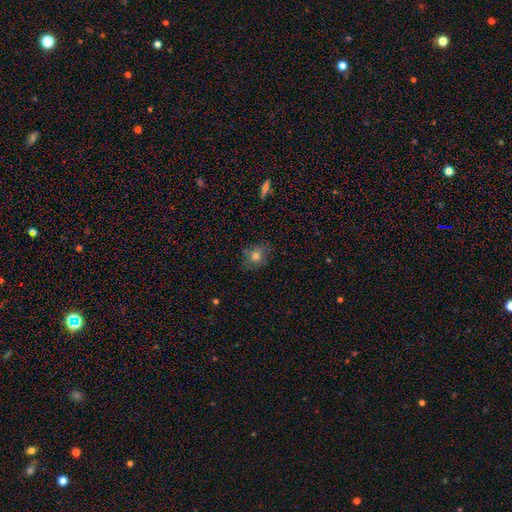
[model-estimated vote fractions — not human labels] Smooth or featured? smooth (72%)
How rounded? round (61%)
Merging? none (75%)